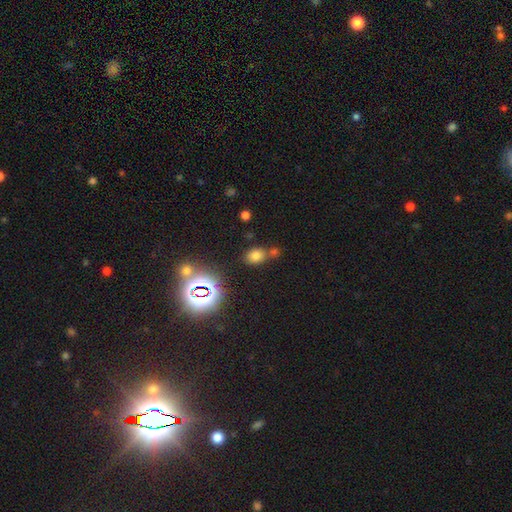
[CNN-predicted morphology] The model was most divided on "how rounded": in between: 60%, round: 39%, cigar-shaped: 2%. More confident: smooth or featured — smooth (68%); merging — none (61%).